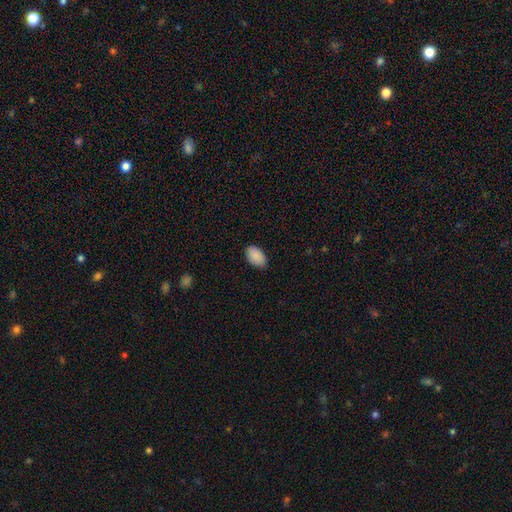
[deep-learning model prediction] smooth_or_featured: smooth (p=0.90) [alt: star or artifact p=0.07]
how_rounded: in between (p=0.93) [alt: round p=0.05]
merging: none (p=0.86) [alt: minor disturbance p=0.11]